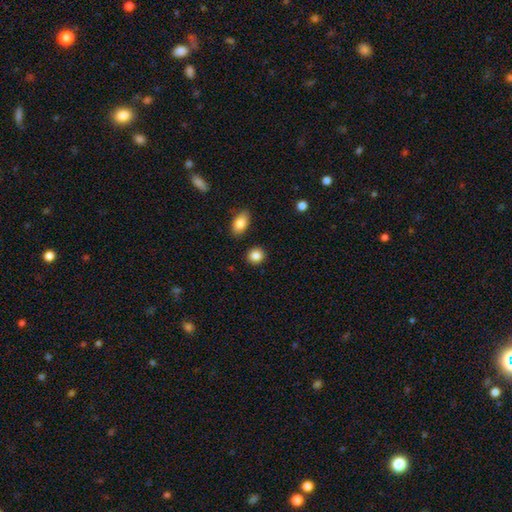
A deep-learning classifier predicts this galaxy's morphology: Smooth or featured?
  - smooth: 87% *
  - star or artifact: 9%
  - featured or disk: 4%
How rounded?
  - round: 79% *
  - in between: 20%
  - cigar-shaped: 1%
Merging?
  - none: 89% *
  - minor disturbance: 7%
  - merger: 3%
  - major disturbance: 2%